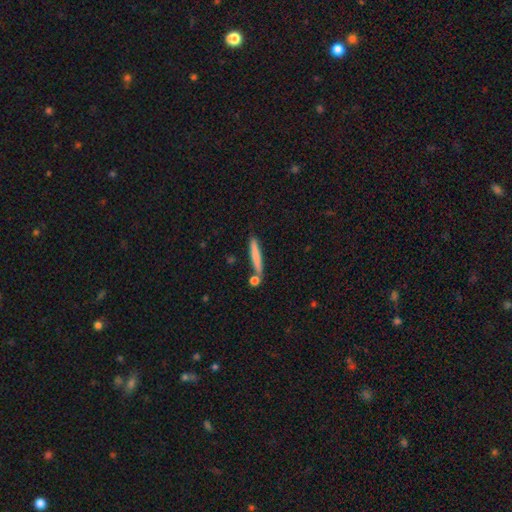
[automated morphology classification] The model was most divided on "smooth or featured": smooth: 73%, featured or disk: 21%, star or artifact: 6%. More confident: how rounded — cigar-shaped (94%); merging — none (76%).